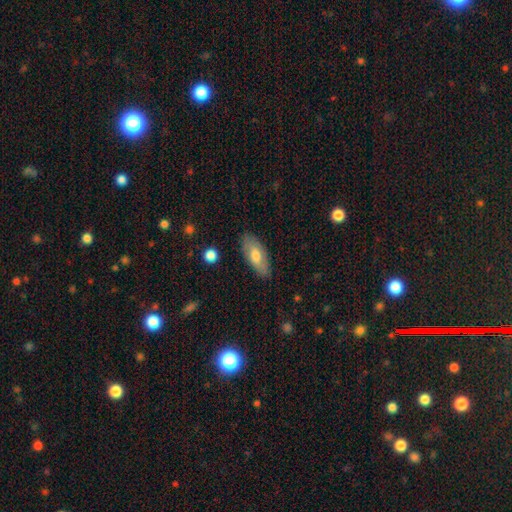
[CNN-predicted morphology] Smooth or featured: smooth — 65% (featured or disk — 29%)
How rounded: in between — 86% (cigar-shaped — 11%)
Merging: none — 83% (minor disturbance — 14%)